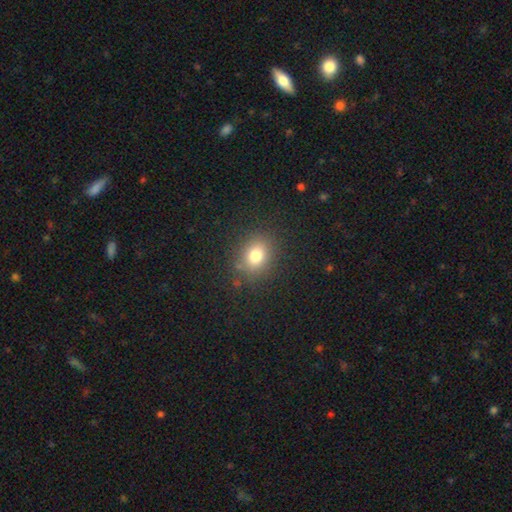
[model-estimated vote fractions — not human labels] This appears to be a smooth galaxy with no disk features (77%) that is round (53%). Merging: none (84%).